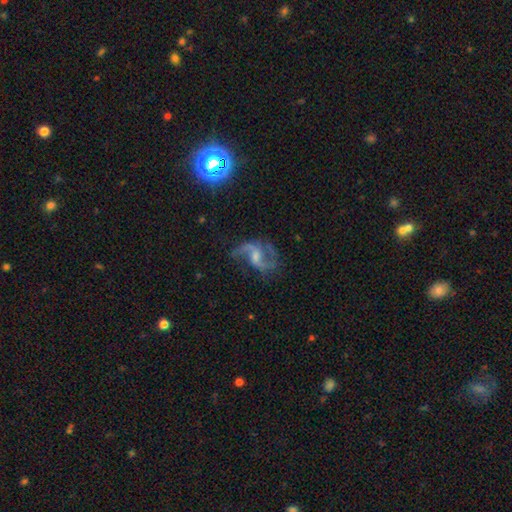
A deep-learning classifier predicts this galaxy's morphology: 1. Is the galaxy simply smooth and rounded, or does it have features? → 87% featured or disk, 8% star or artifact, 5% smooth.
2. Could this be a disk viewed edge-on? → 98% no, 2% yes.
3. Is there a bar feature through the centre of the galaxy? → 49% weak, 35% no, 16% strong.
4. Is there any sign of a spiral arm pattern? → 96% yes, 4% no.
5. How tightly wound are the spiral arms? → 61% loose, 33% medium, 6% tight.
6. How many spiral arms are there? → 88% 2, 3% 3, 3% can't tell, 3% 1, 1% 4, 1% more than 4.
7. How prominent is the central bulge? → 45% small, 38% moderate, 12% none, 3% large, 1% dominant.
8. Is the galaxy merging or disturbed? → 68% none, 16% minor disturbance, 13% major disturbance, 3% merger.